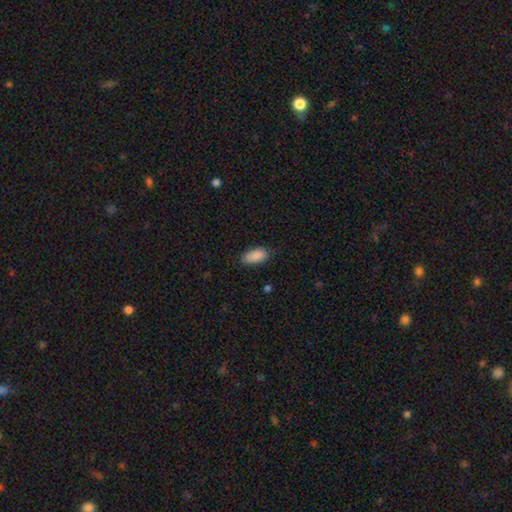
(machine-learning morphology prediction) Smooth or featured? Predicted: smooth (p=0.88). How rounded? Predicted: in between (p=0.91). Merging? Predicted: none (p=0.73).